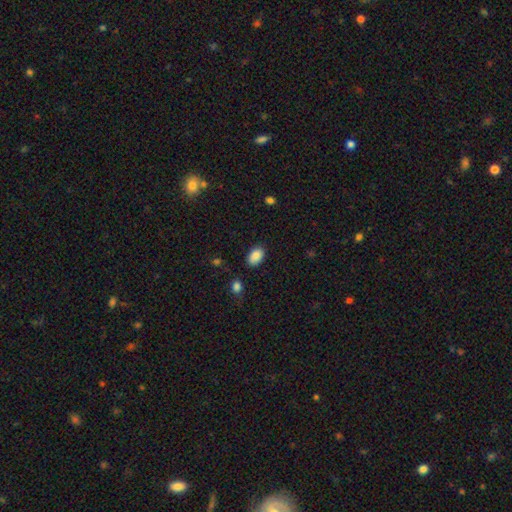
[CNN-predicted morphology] A smooth galaxy with no disk features (87%) that is in between round and cigar-shaped (89%).

Vote fractions:
- Smooth or featured? smooth: 87% / star or artifact: 8% / featured or disk: 5%
- How rounded? in between: 89% / round: 10% / cigar-shaped: 1%
- Merging? none: 83% / minor disturbance: 12% / major disturbance: 3% / merger: 2%